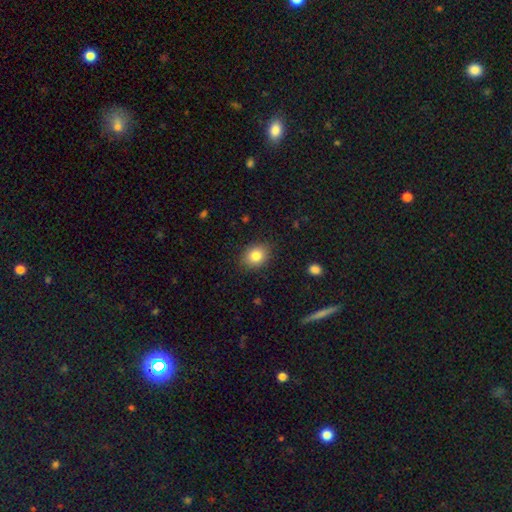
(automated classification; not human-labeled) Smooth or featured? smooth (83%)
How rounded? round (51%)
Merging? none (86%)